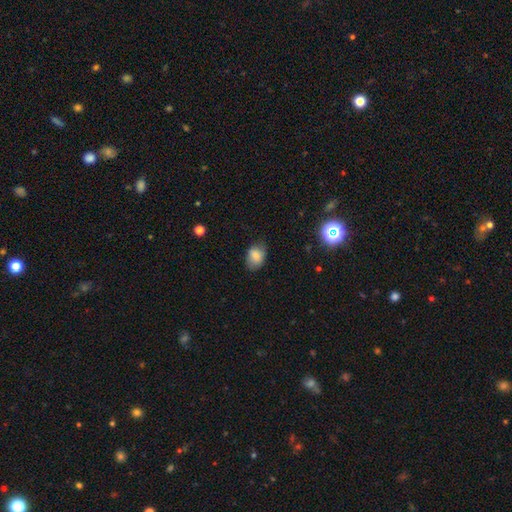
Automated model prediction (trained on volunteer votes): Smooth or featured?
  - smooth: 80% *
  - featured or disk: 10%
  - star or artifact: 9%
How rounded?
  - in between: 76% *
  - round: 23%
  - cigar-shaped: 1%
Merging?
  - none: 68% *
  - minor disturbance: 25%
  - major disturbance: 6%
  - merger: 1%